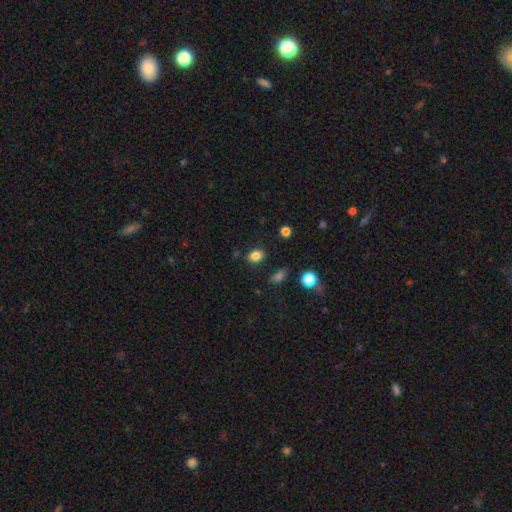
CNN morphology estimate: smooth_or_featured: smooth (p=0.83) [alt: star or artifact p=0.12]
how_rounded: in between (p=0.67) [alt: round p=0.31]
merging: none (p=0.83) [alt: minor disturbance p=0.12]